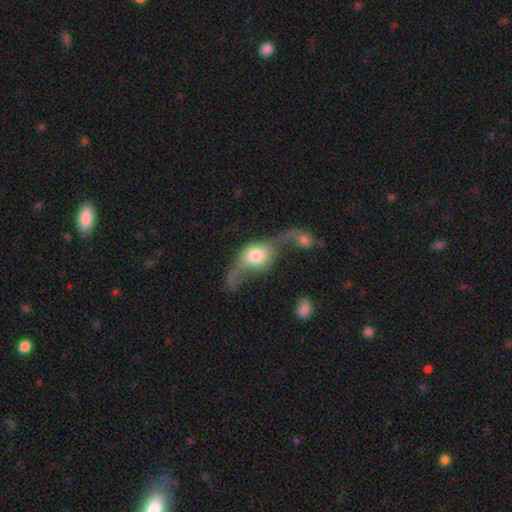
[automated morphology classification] Smooth or featured? Predicted: featured or disk (p=0.56). Edge-on disk? Predicted: no (p=0.64). Merging? Predicted: merger (p=0.44).